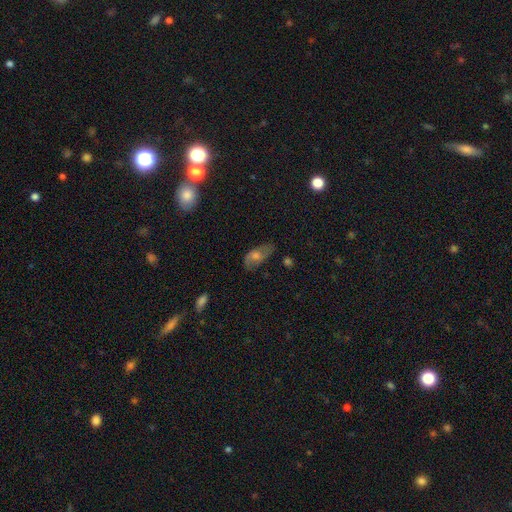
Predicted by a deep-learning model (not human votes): This appears to be a featured or disk galaxy (50%). Merging: none (69%).